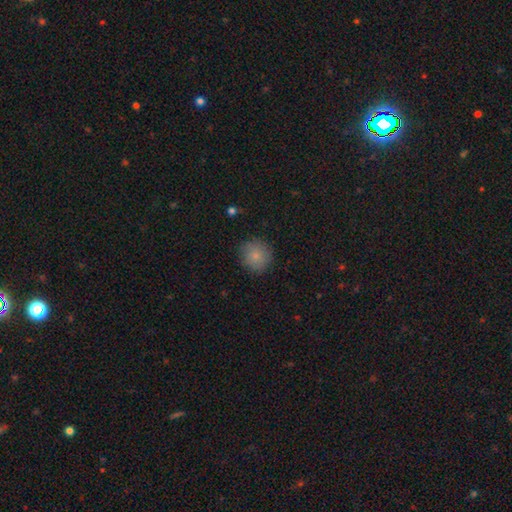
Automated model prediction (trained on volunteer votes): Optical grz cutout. It shows a smooth galaxy with no disk features (83%) that is round (92%). Merging: none (86%).